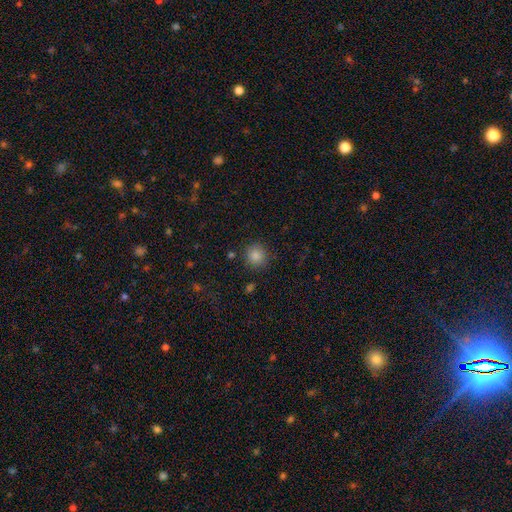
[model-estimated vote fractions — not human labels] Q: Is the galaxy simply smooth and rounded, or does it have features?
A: smooth — 85%.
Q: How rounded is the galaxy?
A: round — 90%.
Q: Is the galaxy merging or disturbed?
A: none — 87%.